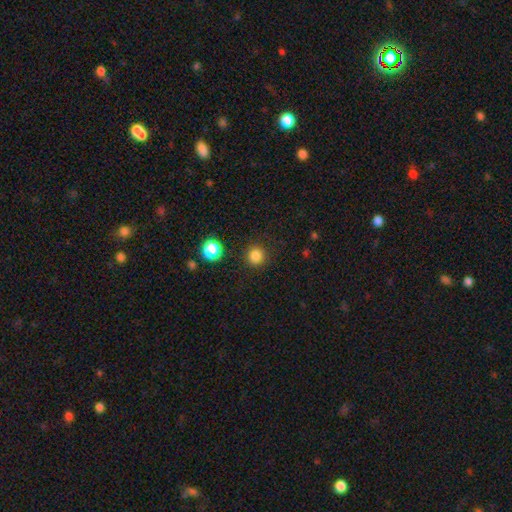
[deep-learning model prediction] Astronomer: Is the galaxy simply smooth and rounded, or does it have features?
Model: smooth — 83%.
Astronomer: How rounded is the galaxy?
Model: round — 94%.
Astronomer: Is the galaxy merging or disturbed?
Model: none — 90%.